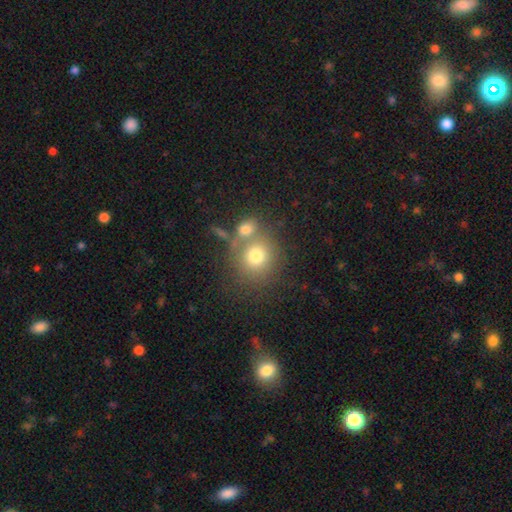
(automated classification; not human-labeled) Q: Smooth or featured?
A: smooth (74%); runner-up: featured or disk (14%)
Q: How rounded?
A: round (86%); runner-up: in between (13%)
Q: Merging?
A: none (56%); runner-up: merger (29%)